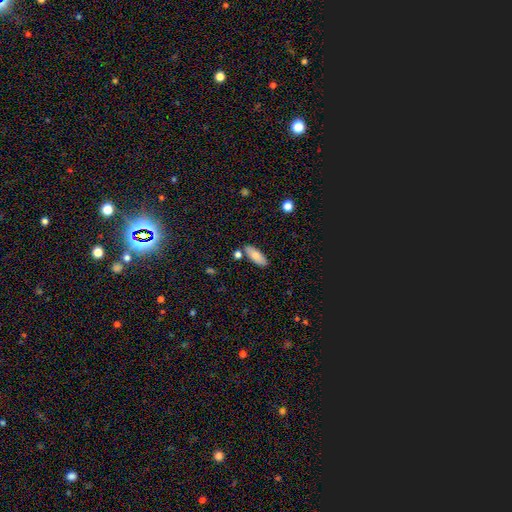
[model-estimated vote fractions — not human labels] The model was most divided on "how rounded": in between: 76%, cigar-shaped: 21%, round: 2%. More confident: merging — none (80%); smooth or featured — smooth (80%).